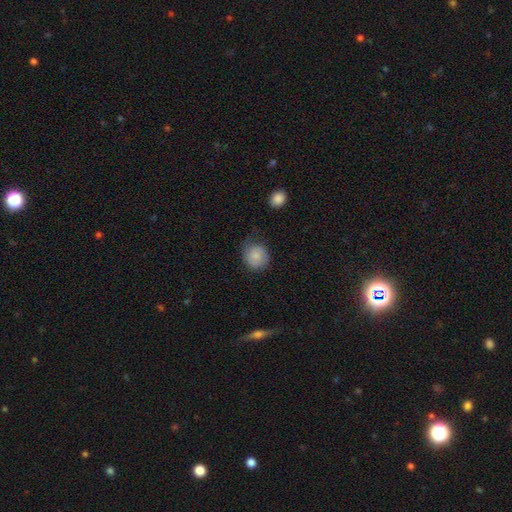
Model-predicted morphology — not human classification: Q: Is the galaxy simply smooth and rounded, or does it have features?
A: smooth — 80%.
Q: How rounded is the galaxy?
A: round — 82%.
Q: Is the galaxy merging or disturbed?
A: none — 65%.